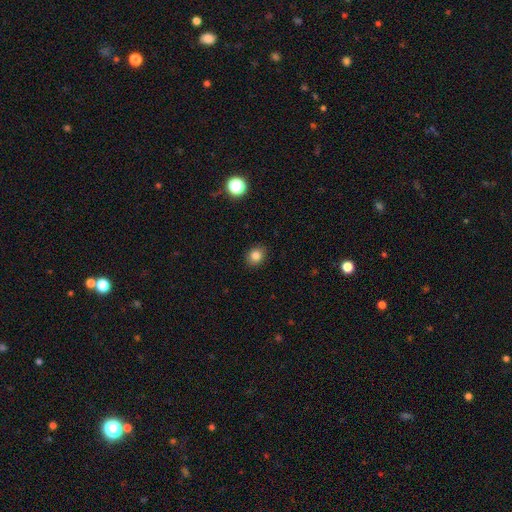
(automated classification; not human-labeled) This appears to be a smooth galaxy with no disk features (83%) that is round (63%). Merging: none (89%).